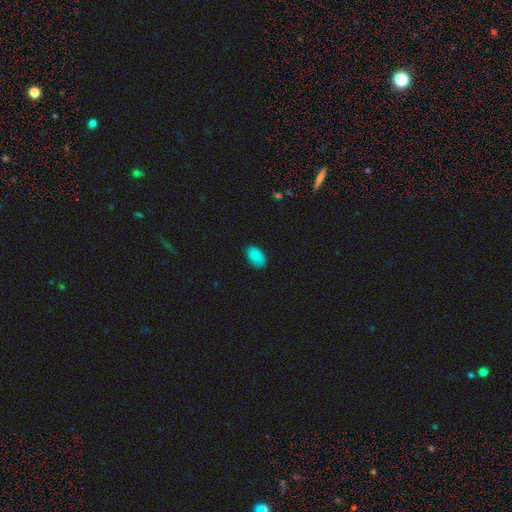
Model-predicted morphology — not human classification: This appears to be a smooth galaxy with no disk features (88%) that is in between round and cigar-shaped (93%). Merging: none (86%).